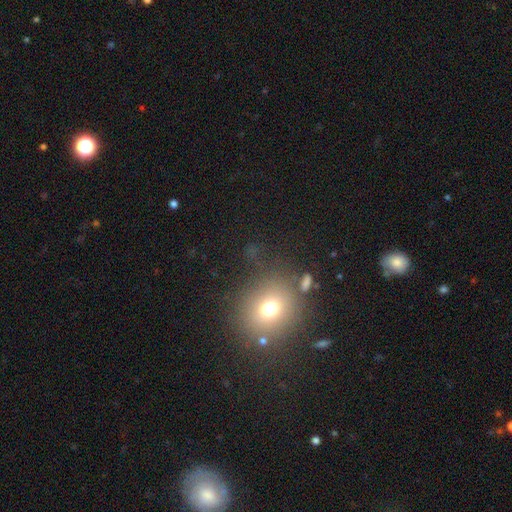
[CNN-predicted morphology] Overall: smooth (61%; star or artifact 29%). How rounded: round (82%). Merging: none (80%).